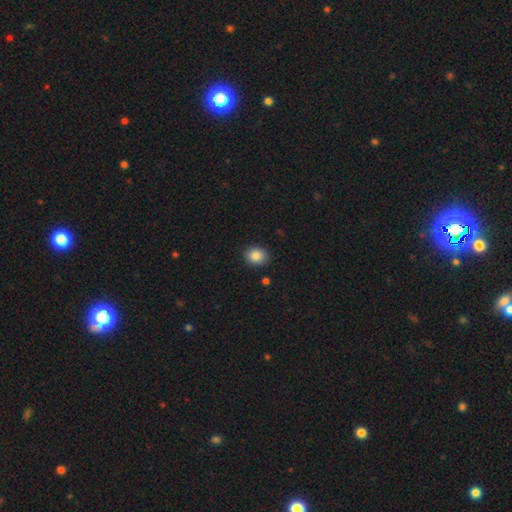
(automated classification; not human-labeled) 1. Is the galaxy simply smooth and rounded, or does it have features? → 86% smooth, 9% star or artifact, 5% featured or disk.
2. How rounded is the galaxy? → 64% round, 36% in between, 1% cigar-shaped.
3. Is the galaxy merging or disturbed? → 89% none, 8% minor disturbance, 2% major disturbance, 1% merger.